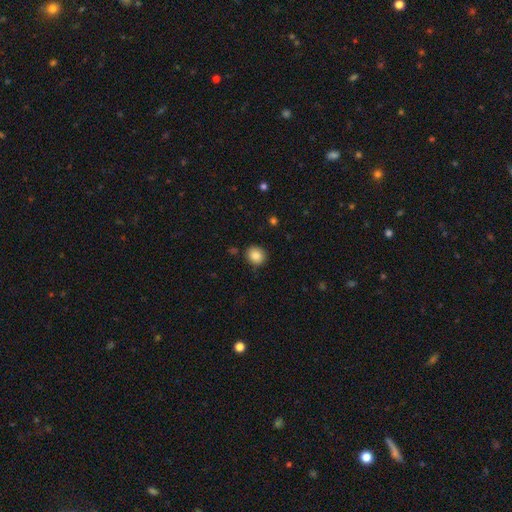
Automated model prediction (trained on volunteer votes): This appears to be a smooth galaxy with no disk features (85%) that is round (82%). Merging: none (87%).